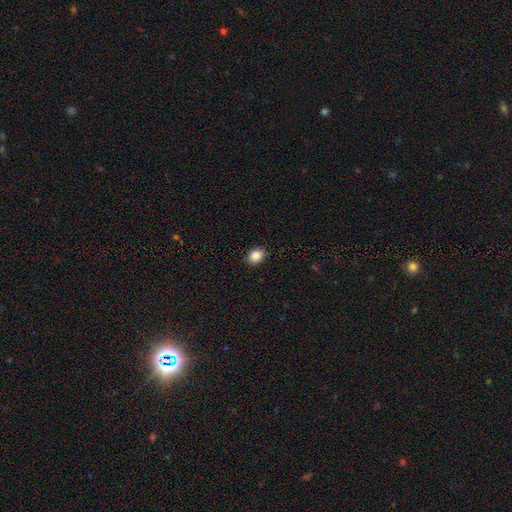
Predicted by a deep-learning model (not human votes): Morphology: type=smooth (86%); roundness=in between (56%); merging=none (88%).